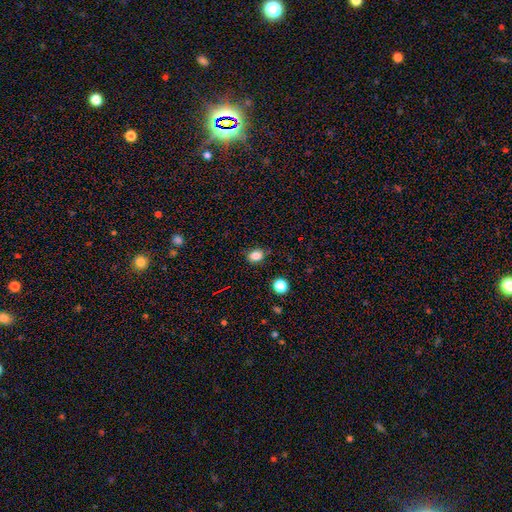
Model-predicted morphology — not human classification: Overall: smooth (82%). How rounded: in between (53%; round 46%). Merging: none (79%).